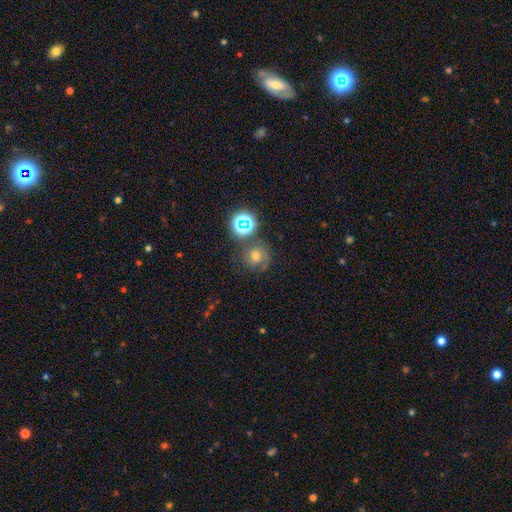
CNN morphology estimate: Overall: smooth (54%; star or artifact 28%). How rounded: round (87%). Merging: none (67%).